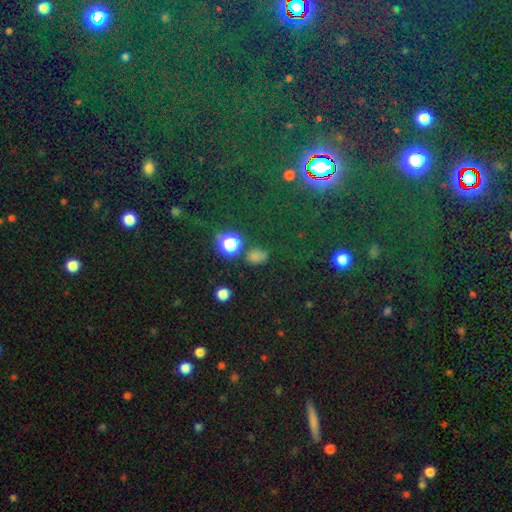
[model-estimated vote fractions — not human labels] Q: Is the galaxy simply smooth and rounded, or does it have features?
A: smooth — 57%.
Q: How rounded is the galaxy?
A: round — 50%.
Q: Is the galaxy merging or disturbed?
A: none — 77%.